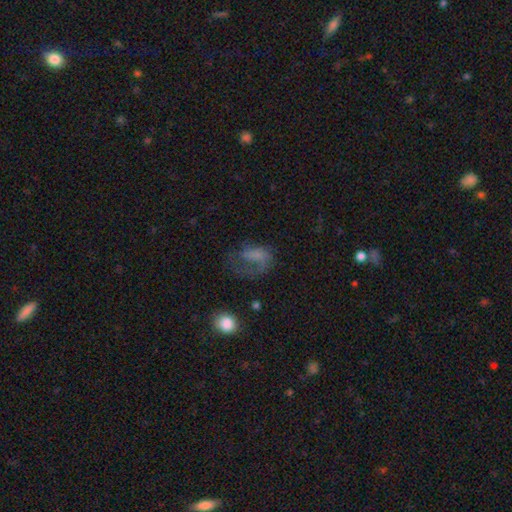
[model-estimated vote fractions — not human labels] This appears to be a smooth galaxy with no disk features (44%). Merging: major disturbance (52%).